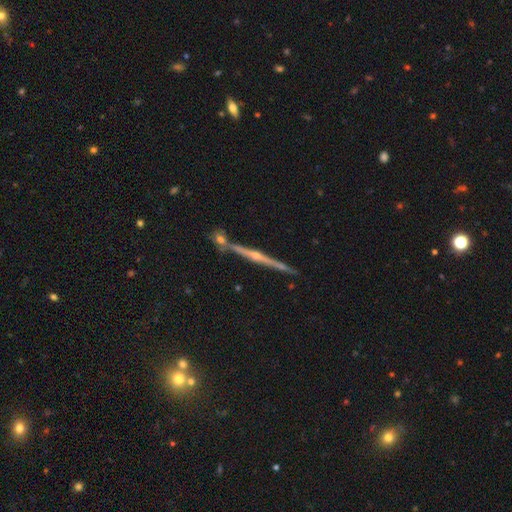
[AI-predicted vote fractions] Q: Smooth or featured?
A: featured or disk (84%); runner-up: smooth (8%)
Q: Edge-on disk?
A: yes (98%); runner-up: no (2%)
Q: Edge-on bulge?
A: rounded (83%); runner-up: none (11%)
Q: Merging?
A: none (81%); runner-up: merger (9%)